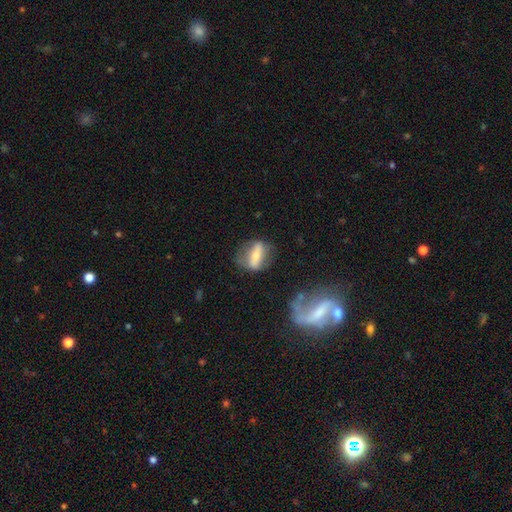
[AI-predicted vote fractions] This appears to be a featured or disk galaxy (55%). Merging: none (65%).